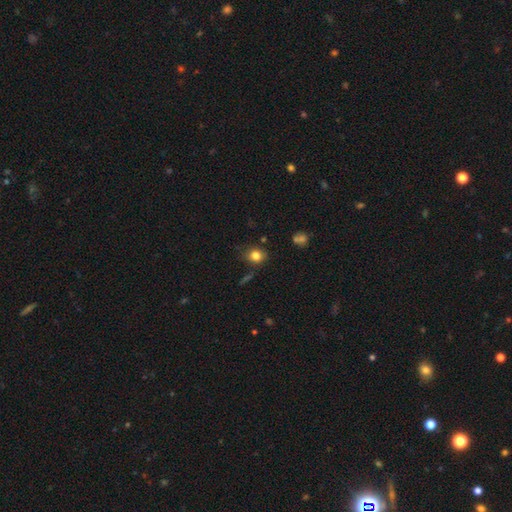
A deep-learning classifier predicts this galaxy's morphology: Smooth or featured? smooth (81%)
How rounded? round (66%)
Merging? none (77%)